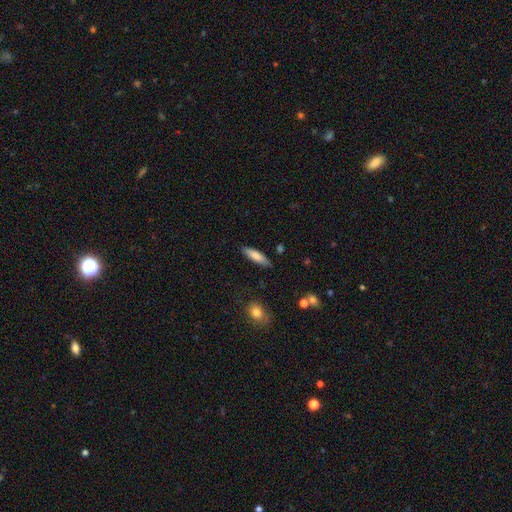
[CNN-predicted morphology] Smooth or featured: smooth — 81% (featured or disk — 13%)
How rounded: cigar-shaped — 63% (in between — 35%)
Merging: none — 85% (minor disturbance — 11%)